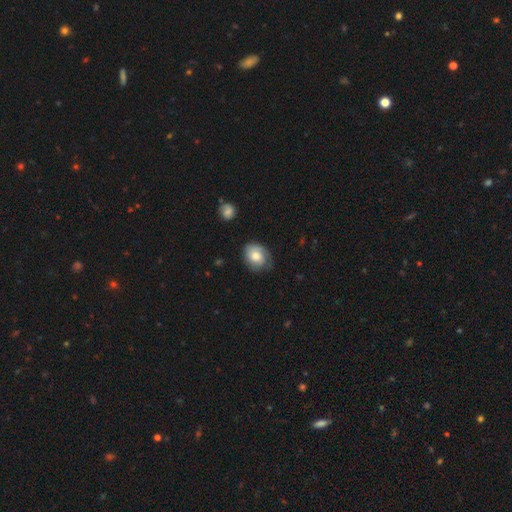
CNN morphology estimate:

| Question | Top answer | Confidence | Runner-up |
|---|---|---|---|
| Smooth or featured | smooth | 55% | featured or disk (38%) |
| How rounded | in between | 52% | round (47%) |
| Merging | none | 66% | minor disturbance (24%) |